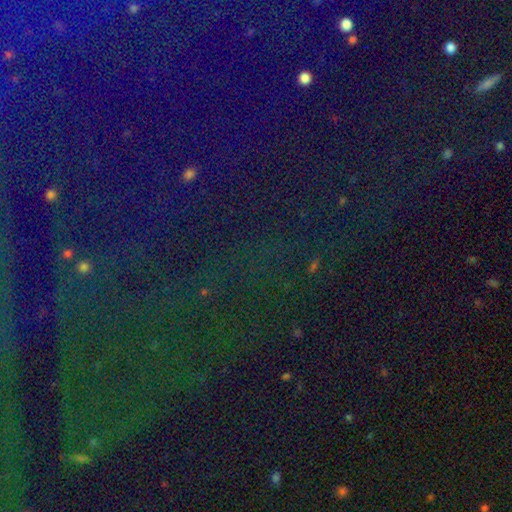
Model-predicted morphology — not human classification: Smooth or featured? star or artifact (83%)